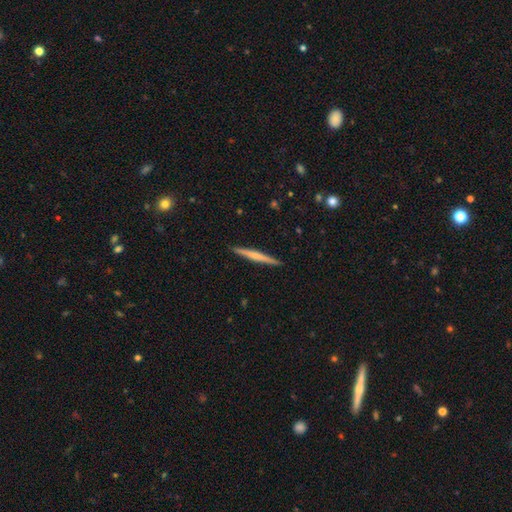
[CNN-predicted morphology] Overall: featured or disk (48%; smooth 47%). Merging: none (92%).